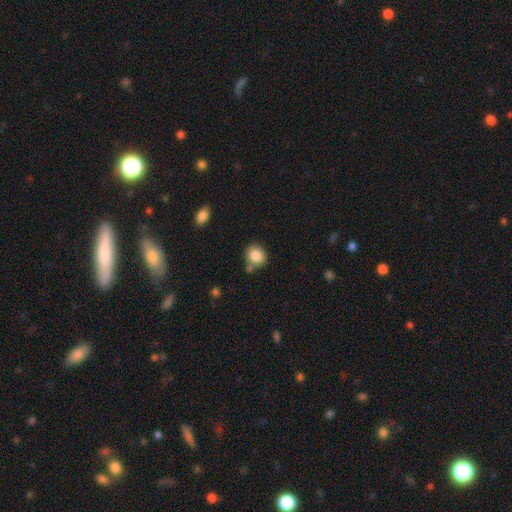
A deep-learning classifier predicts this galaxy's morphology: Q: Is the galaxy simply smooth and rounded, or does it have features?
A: smooth — 85%.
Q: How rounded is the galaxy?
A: round — 78%.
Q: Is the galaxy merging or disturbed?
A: none — 69%.